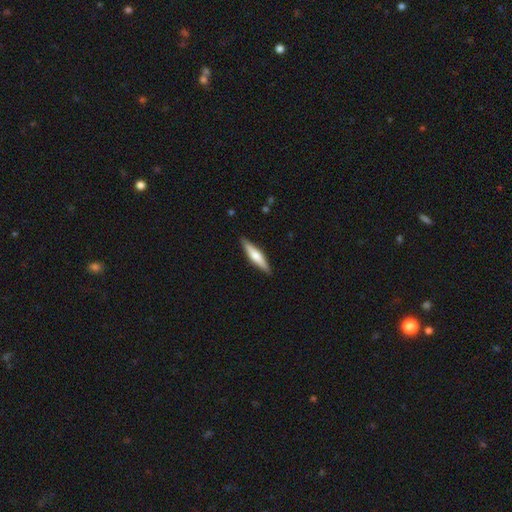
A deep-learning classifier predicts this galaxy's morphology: Overall: smooth (48%; featured or disk 46%). Merging: none (89%).